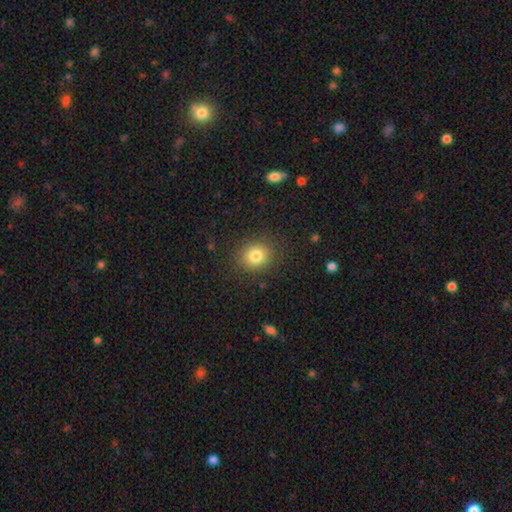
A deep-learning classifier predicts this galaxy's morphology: type=smooth (81%); roundness=round (71%); merging=none (87%).